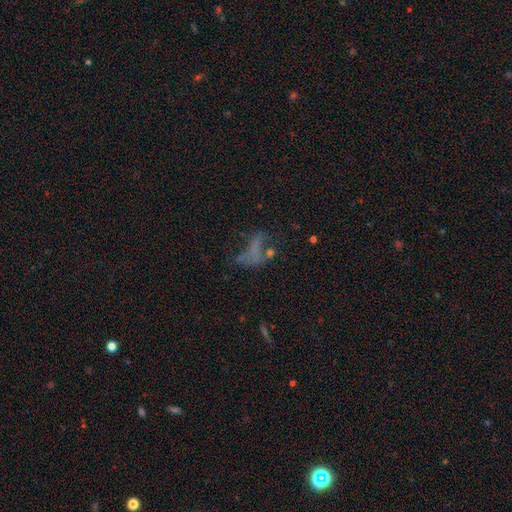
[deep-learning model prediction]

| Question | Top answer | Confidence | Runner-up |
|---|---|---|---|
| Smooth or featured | featured or disk | 35% | smooth (33%) |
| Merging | major disturbance | 37% | none (34%) |